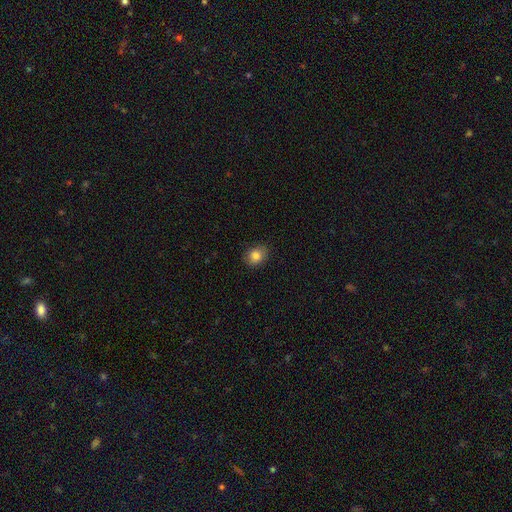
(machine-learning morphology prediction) The model was most divided on "how rounded": round: 51%, in between: 48%, cigar-shaped: 1%. More confident: merging — none (86%); smooth or featured — smooth (84%).